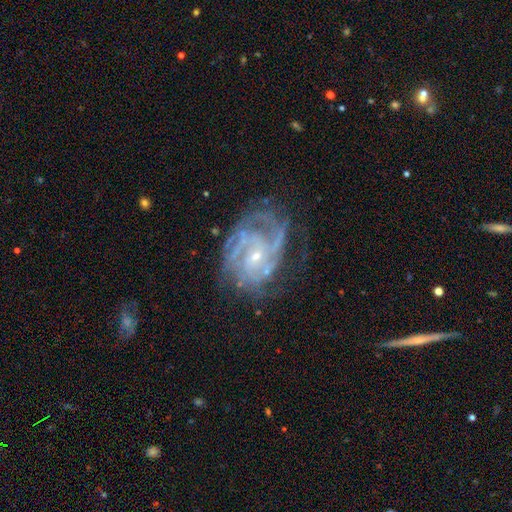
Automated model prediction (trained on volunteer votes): smooth-or-featured: featured or disk: 87% | star or artifact: 7% | smooth: 6%
  disk-edge-on: no: 98% | yes: 2%
    bar: no: 62% | weak: 31% | strong: 7%
    has-spiral-arms: yes: 94% | no: 6%
      spiral-winding: tight: 56% | medium: 35% | loose: 9%
      spiral-arm-count: can't tell: 31% | 3: 22% | 2: 17% | 4: 16% | more than 4: 8% | 1: 7%
    bulge-size: small: 79% | moderate: 17% | none: 2% | large: 1% | dominant: 1%
  merging: none: 58% | minor disturbance: 22% | major disturbance: 18% | merger: 2%